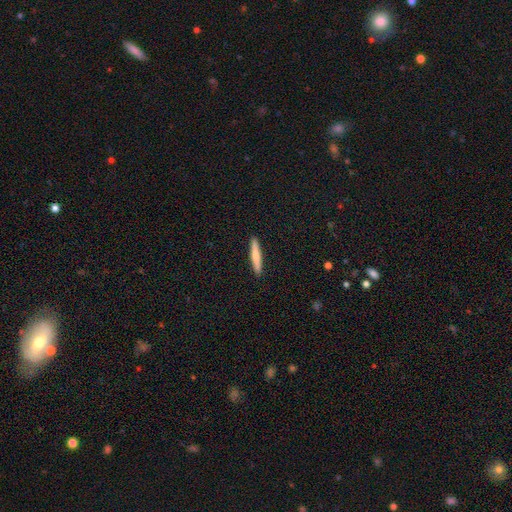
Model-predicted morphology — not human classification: Overall: smooth (70%). How rounded: cigar-shaped (94%). Merging: none (92%).